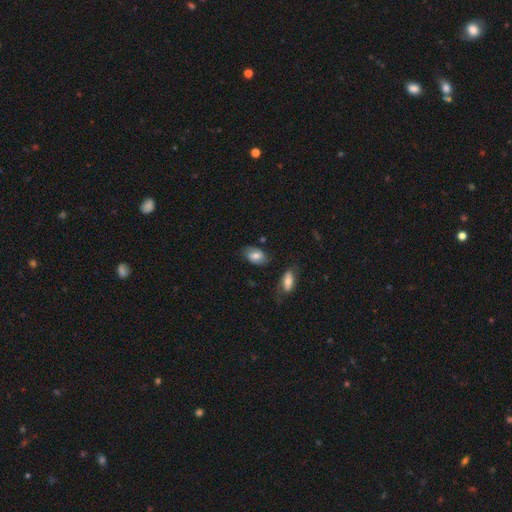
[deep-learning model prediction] The model was most divided on "smooth or featured": smooth: 67%, featured or disk: 25%, star or artifact: 8%. More confident: how rounded — in between (87%); merging — none (68%).